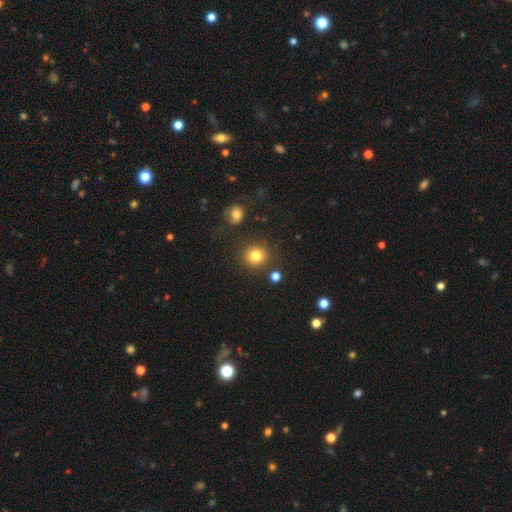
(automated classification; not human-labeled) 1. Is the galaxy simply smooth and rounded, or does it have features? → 81% smooth, 13% star or artifact, 6% featured or disk.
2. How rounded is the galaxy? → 90% round, 9% in between, 1% cigar-shaped.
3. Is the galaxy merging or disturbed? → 85% none, 8% minor disturbance, 4% merger, 3% major disturbance.